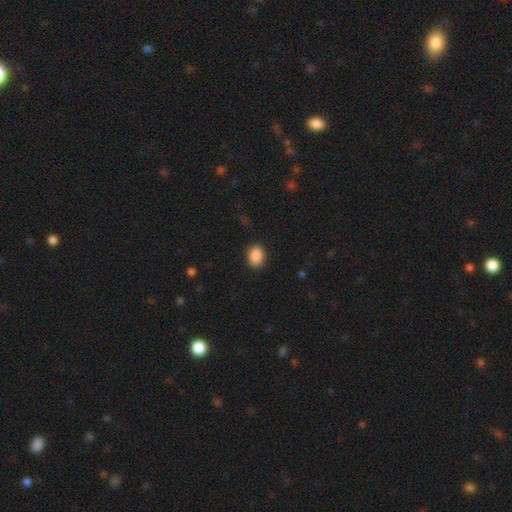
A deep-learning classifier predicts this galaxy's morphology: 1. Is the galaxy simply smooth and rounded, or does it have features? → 89% smooth, 8% star or artifact, 3% featured or disk.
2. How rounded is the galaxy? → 70% in between, 29% round, 1% cigar-shaped.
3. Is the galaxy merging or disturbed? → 89% none, 7% minor disturbance, 2% major disturbance, 1% merger.